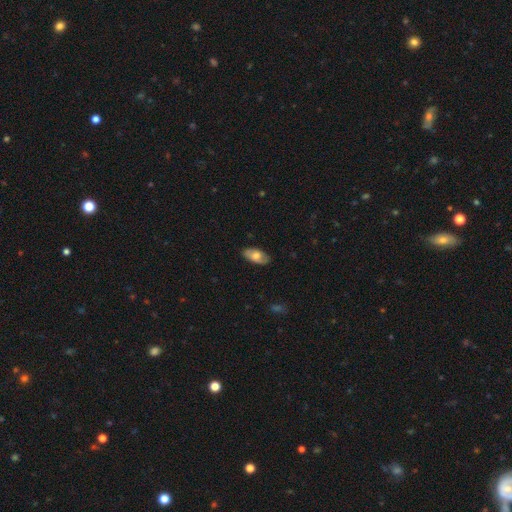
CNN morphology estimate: This is likely a smooth galaxy (62%). How rounded: clearly in between (92%). Merging: clearly none (82%).